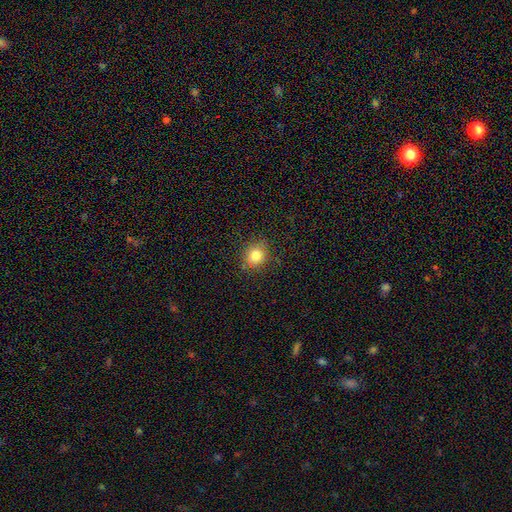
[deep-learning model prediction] Smooth or featured? Predicted: smooth (p=0.80). How rounded? Predicted: round (p=0.74). Merging? Predicted: none (p=0.84).